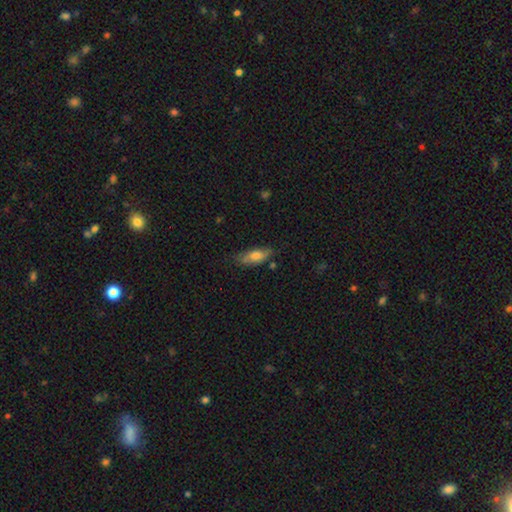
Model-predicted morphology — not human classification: Smooth or featured?
  - smooth: 70% *
  - featured or disk: 22%
  - star or artifact: 8%
How rounded?
  - in between: 71% *
  - cigar-shaped: 26%
  - round: 3%
Merging?
  - none: 68% *
  - minor disturbance: 24%
  - major disturbance: 5%
  - merger: 3%